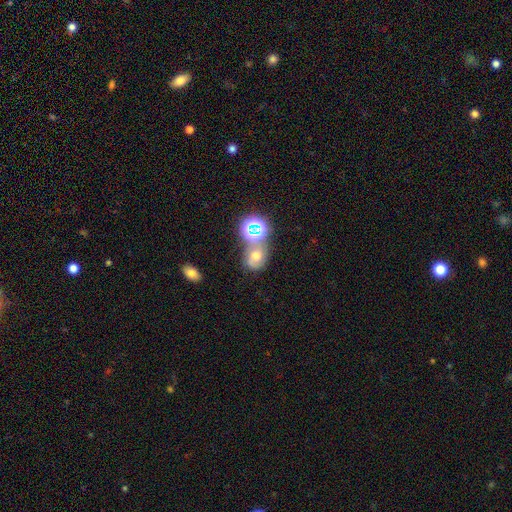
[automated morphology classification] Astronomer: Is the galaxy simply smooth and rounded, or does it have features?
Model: smooth — 43% (runner-up: star or artifact, 33%).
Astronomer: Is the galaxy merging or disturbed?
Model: none — 45% (runner-up: merger, 30%).